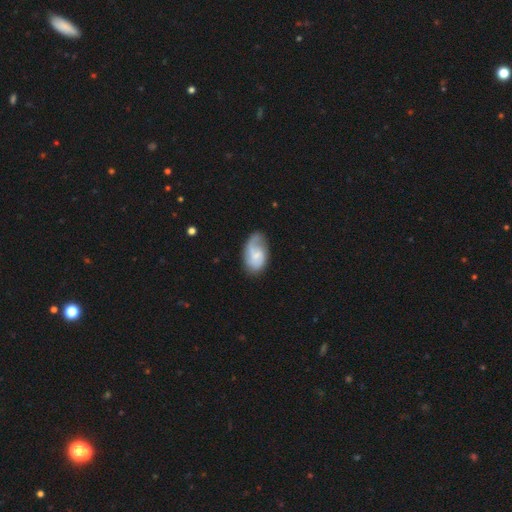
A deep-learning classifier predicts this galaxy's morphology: type=featured or disk (57%); edge-on=no (96%); bar=no (54%); spiral arms=yes (87%); bulge=small (53%); merging=none (57%).